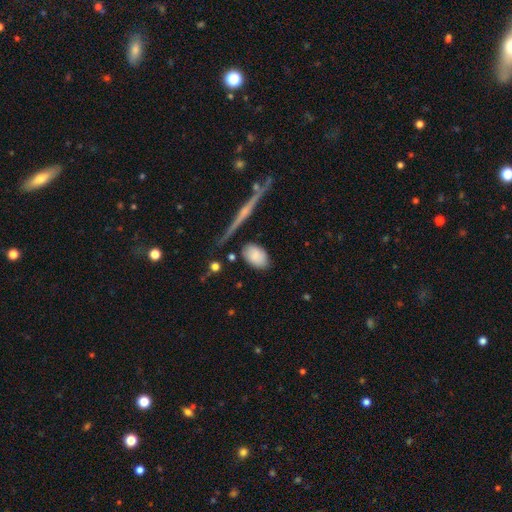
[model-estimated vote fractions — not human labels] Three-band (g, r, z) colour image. It shows a smooth galaxy with no disk features (81%) that is in between round and cigar-shaped (88%). Merging: none (72%).